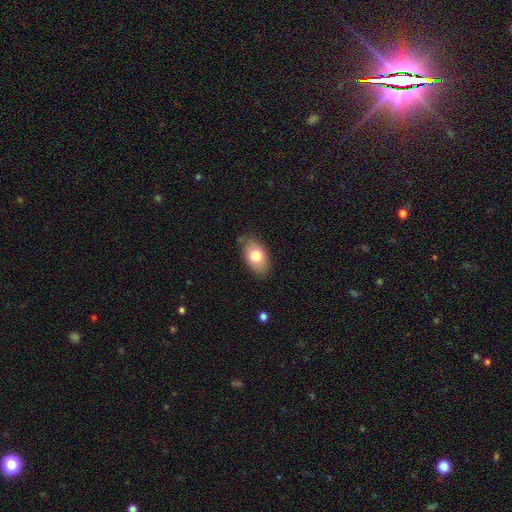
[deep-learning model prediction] A smooth galaxy with no disk features (77%) that is in between round and cigar-shaped (91%).

Vote fractions:
- Smooth or featured? smooth: 77% / featured or disk: 16% / star or artifact: 7%
- How rounded? in between: 91% / round: 7% / cigar-shaped: 2%
- Merging? none: 79% / minor disturbance: 16% / major disturbance: 3% / merger: 1%